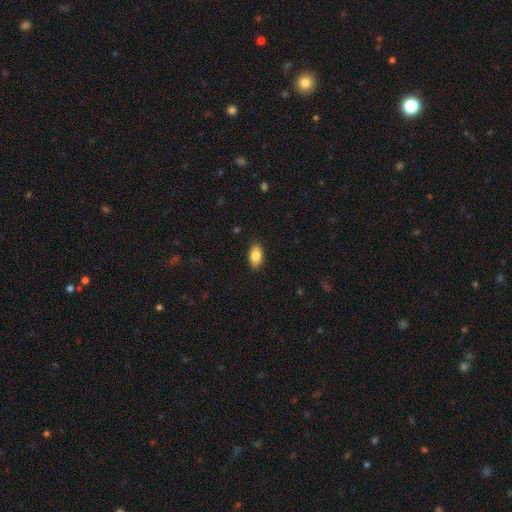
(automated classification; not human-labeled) smooth_or_featured: smooth (p=0.83) [alt: featured or disk p=0.10]
how_rounded: in between (p=0.92) [alt: round p=0.05]
merging: none (p=0.88) [alt: minor disturbance p=0.09]